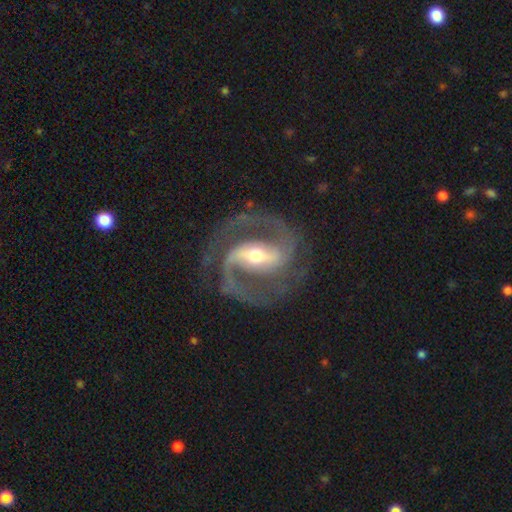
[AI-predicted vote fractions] featured or disk 92%, star or artifact 4%, smooth 3%. Down the decision tree: edge-on disk — no (97%); bar — strong (61%); spiral arms — yes (98%); spiral arm count — 2 (92%); spiral winding — medium (64%); bulge size — moderate (62%); merging — none (79%).